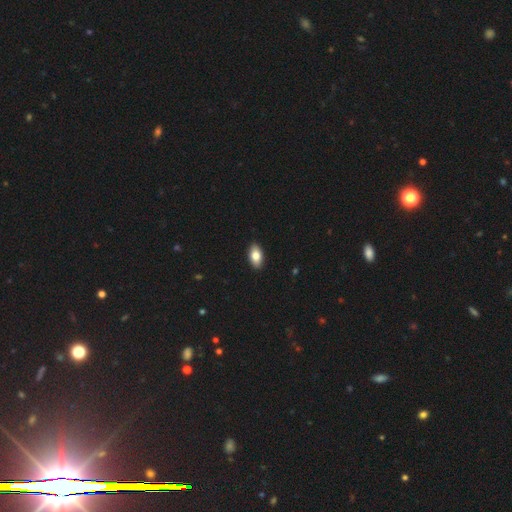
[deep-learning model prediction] Morphology: type=smooth (81%); roundness=in between (93%); merging=none (91%).